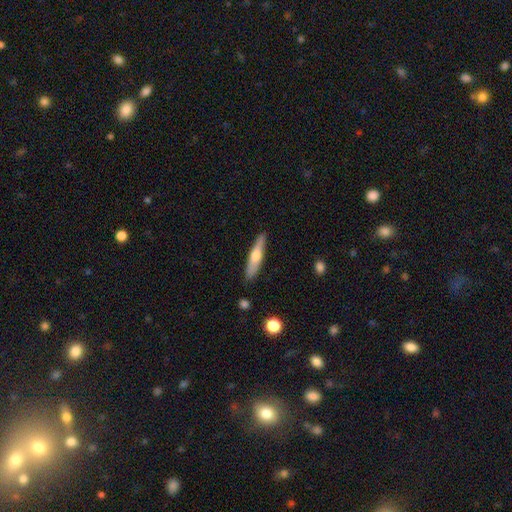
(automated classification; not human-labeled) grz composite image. It shows a smooth galaxy with no disk features (51%) that is cigar-shaped (87%). Merging: none (88%).